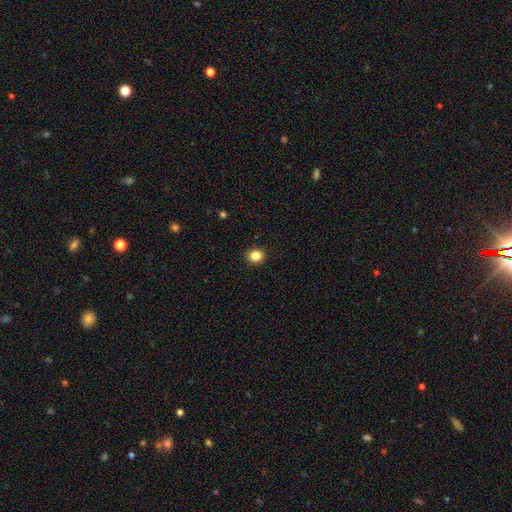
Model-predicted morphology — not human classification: Overall: smooth (85%). How rounded: round (83%). Merging: none (93%).